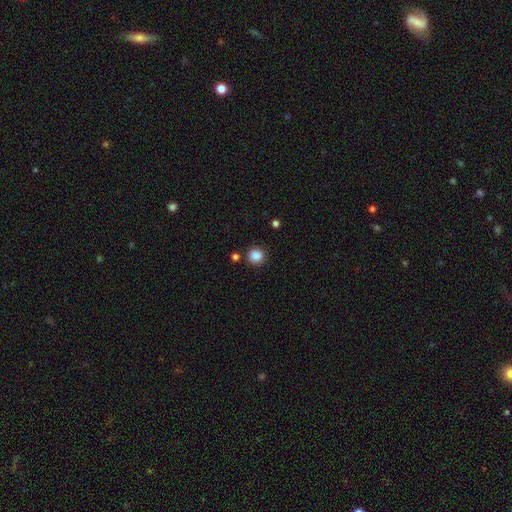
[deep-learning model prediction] A smooth galaxy with no disk features (86%) that is round (91%). Merging: none (86%).